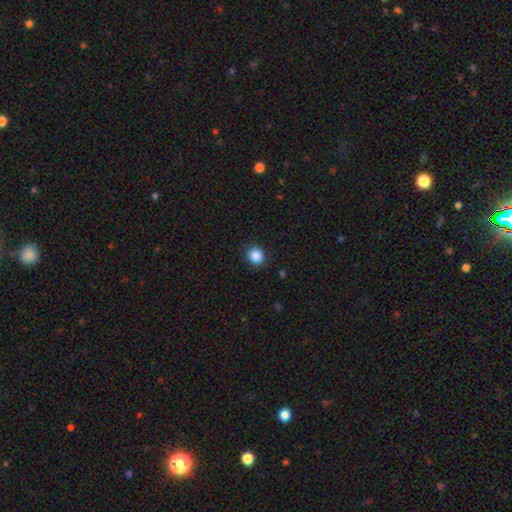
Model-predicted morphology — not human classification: A smooth galaxy with no disk features (88%) that is round (79%). Merging: none (87%).